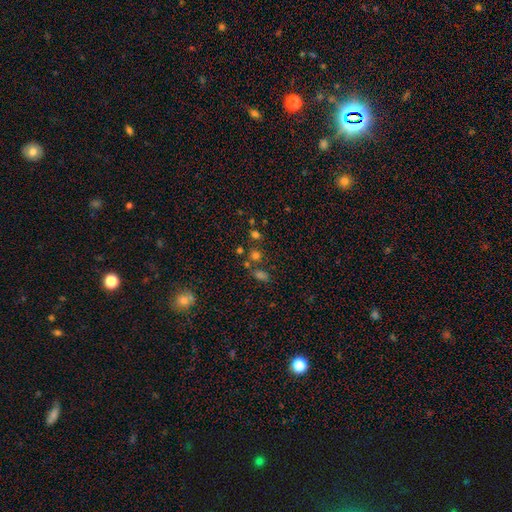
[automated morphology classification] Overall: smooth (56%; star or artifact 35%). How rounded: round (69%). Merging: none (63%).